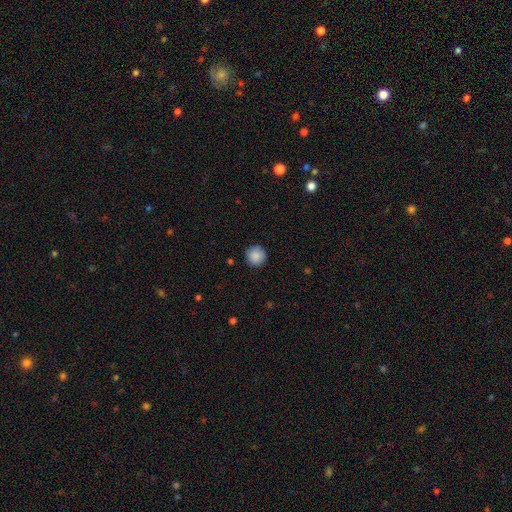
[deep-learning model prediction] A smooth galaxy with no disk features (88%) that is round (96%).

Vote fractions:
- Smooth or featured? smooth: 88% / star or artifact: 8% / featured or disk: 4%
- How rounded? round: 96% / in between: 3% / cigar-shaped: 1%
- Merging? none: 91% / minor disturbance: 6% / major disturbance: 2% / merger: 1%